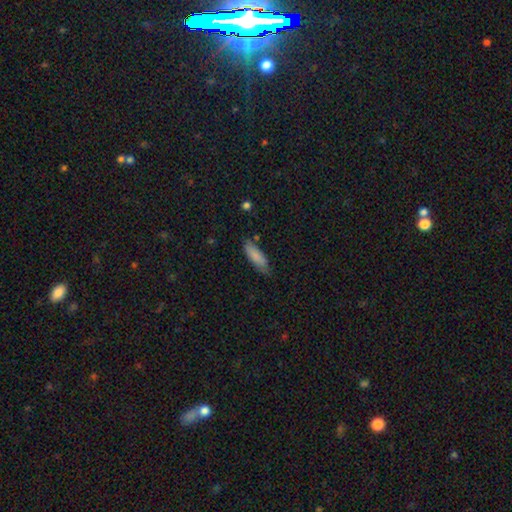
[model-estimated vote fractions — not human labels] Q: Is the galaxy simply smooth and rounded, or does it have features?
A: smooth — 83%.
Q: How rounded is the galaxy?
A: in between — 56%.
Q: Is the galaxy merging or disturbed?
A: none — 66%.